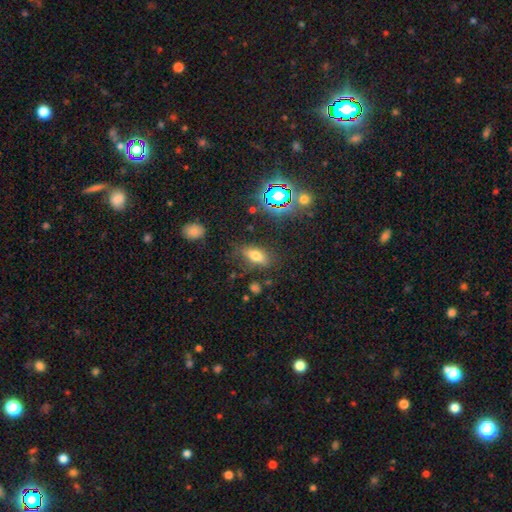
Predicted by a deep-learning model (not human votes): The model was most divided on "smooth or featured": smooth: 67%, star or artifact: 17%, featured or disk: 16%. More confident: merging — none (76%); how rounded — in between (76%).